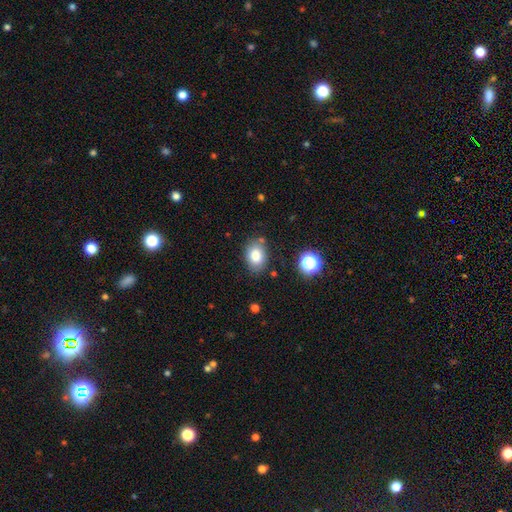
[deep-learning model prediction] Smooth or featured? smooth (82%)
How rounded? in between (76%)
Merging? none (76%)